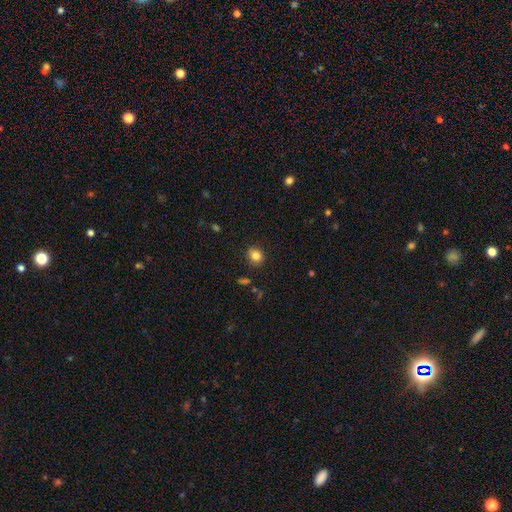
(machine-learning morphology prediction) This appears to be a smooth galaxy with no disk features (83%) that is round (69%). Merging: none (87%).